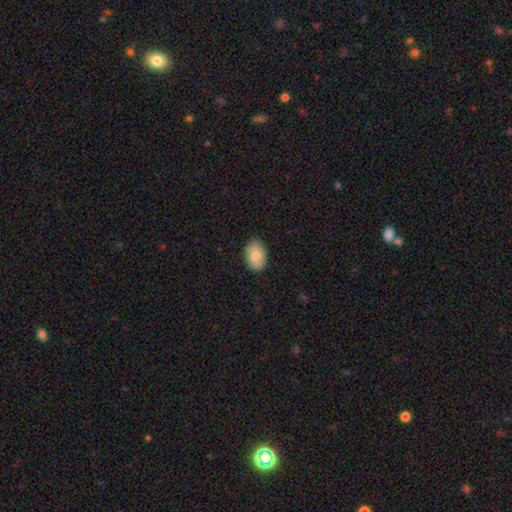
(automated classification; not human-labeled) This appears to be a smooth galaxy with no disk features (67%) that is in between round and cigar-shaped (78%). Merging: none (85%).